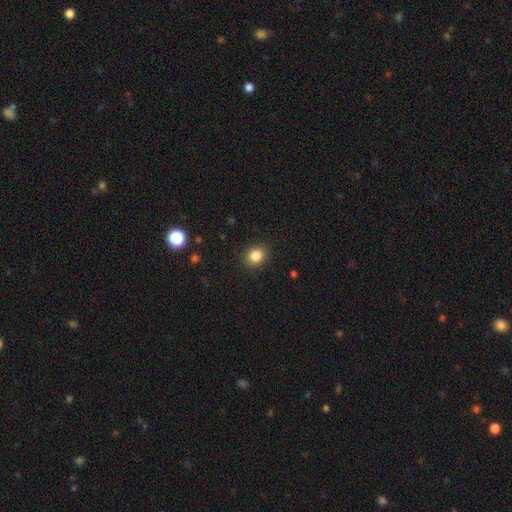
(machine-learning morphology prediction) The model was most divided on "how rounded": round: 64%, in between: 36%, cigar-shaped: 1%. More confident: merging — none (88%); smooth or featured — smooth (85%).